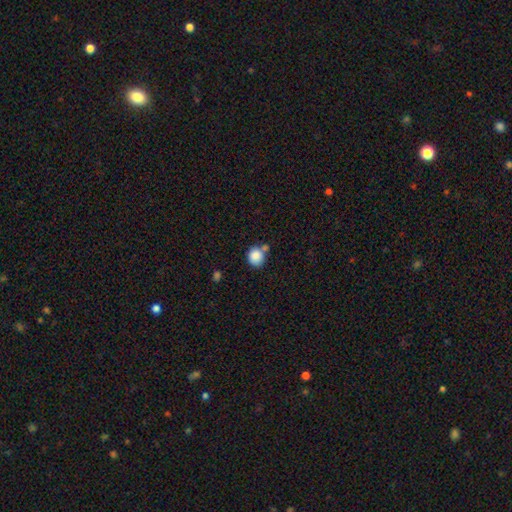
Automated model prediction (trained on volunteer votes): Morphology: type=smooth (86%); roundness=round (81%); merging=none (56%).